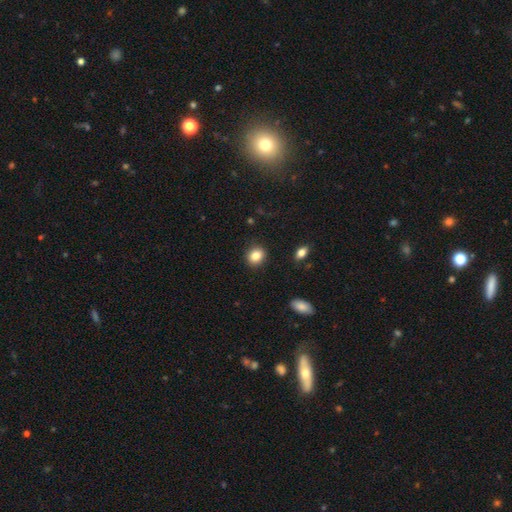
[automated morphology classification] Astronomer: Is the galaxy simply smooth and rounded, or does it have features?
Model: smooth — 85%.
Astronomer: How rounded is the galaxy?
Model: round — 67%.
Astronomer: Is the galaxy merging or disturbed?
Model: none — 89%.